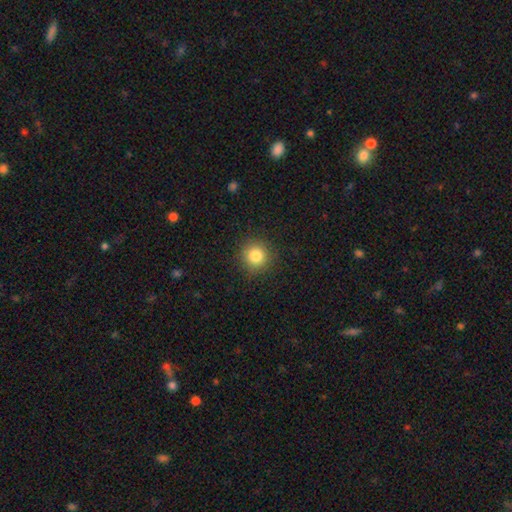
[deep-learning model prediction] Overall: smooth (83%). How rounded: round (93%). Merging: none (90%).